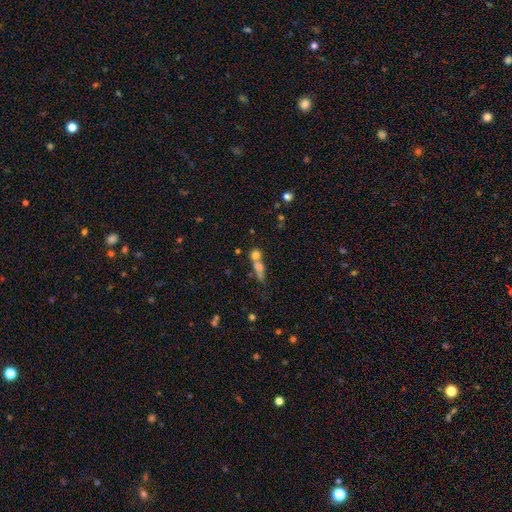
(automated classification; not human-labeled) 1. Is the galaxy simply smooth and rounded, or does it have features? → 66% smooth, 19% featured or disk, 15% star or artifact.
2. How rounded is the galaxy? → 58% round, 27% in between, 15% cigar-shaped.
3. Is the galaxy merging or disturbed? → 49% merger, 34% none, 9% minor disturbance, 8% major disturbance.